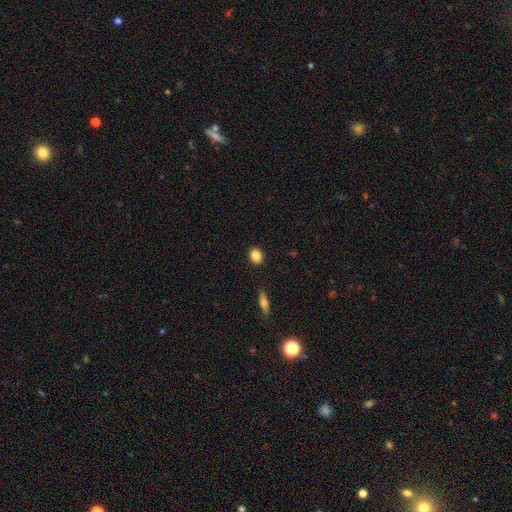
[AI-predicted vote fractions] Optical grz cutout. It shows a smooth galaxy with no disk features (85%) that is round (55%). Merging: none (90%).